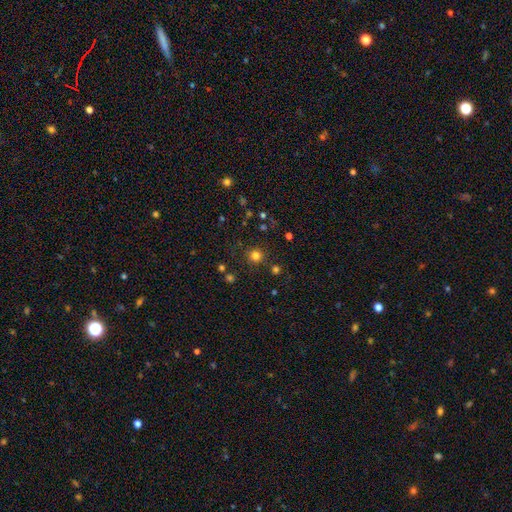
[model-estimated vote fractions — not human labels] The model was most divided on "smooth or featured": smooth: 77%, star or artifact: 18%, featured or disk: 5%. More confident: how rounded — round (93%); merging — none (86%).